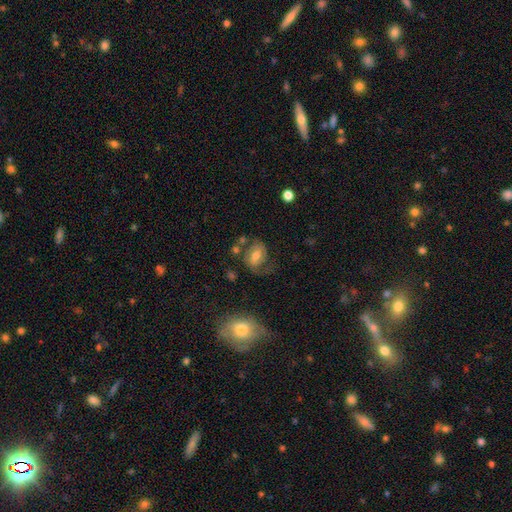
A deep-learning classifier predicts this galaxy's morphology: A featured or disk galaxy (52%) with a weak bar (44%), spiral arms (79%) and a moderate central bulge (62%). Merging: none (55%).